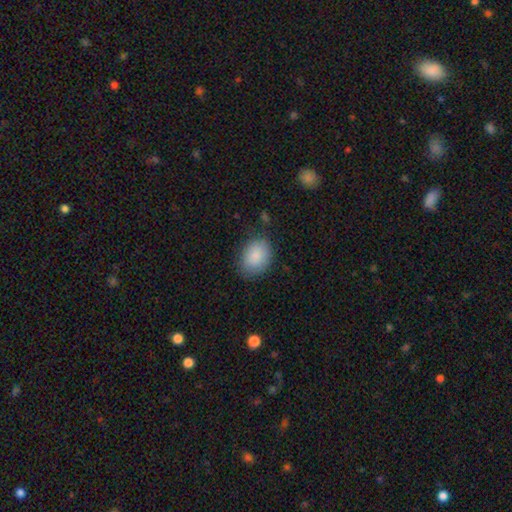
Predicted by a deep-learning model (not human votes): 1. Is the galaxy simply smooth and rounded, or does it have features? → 88% smooth, 7% star or artifact, 5% featured or disk.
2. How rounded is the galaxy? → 72% in between, 27% round, 1% cigar-shaped.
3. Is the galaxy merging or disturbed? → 80% none, 14% minor disturbance, 4% major disturbance, 1% merger.